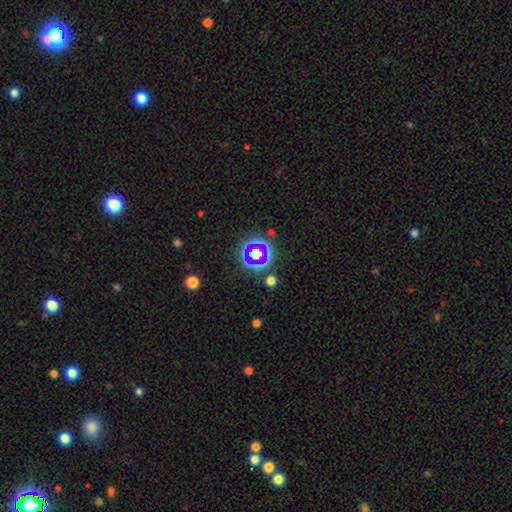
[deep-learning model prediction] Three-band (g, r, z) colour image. It shows a star or artifact, not a galaxy (52%).